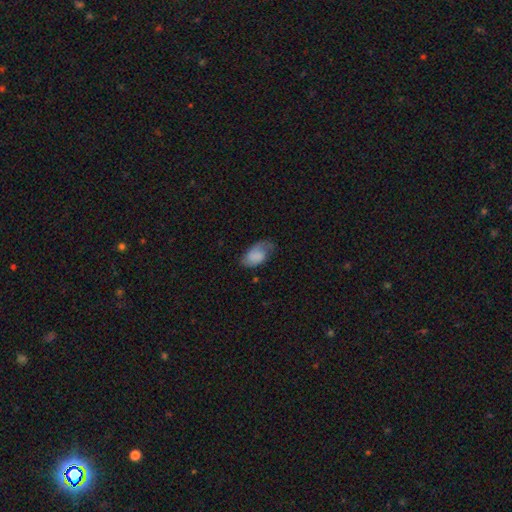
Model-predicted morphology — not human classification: Smooth or featured?
  - smooth: 68% *
  - featured or disk: 24%
  - star or artifact: 8%
How rounded?
  - in between: 92% *
  - round: 6%
  - cigar-shaped: 2%
Merging?
  - none: 49% *
  - minor disturbance: 32%
  - major disturbance: 17%
  - merger: 2%